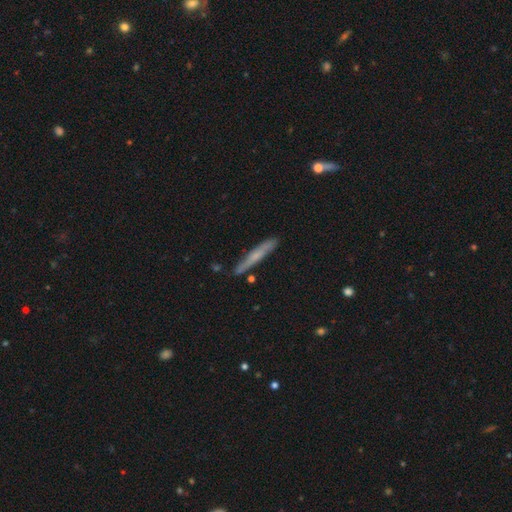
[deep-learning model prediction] Smooth or featured?
  - smooth: 49% *
  - featured or disk: 45%
  - star or artifact: 7%
Merging?
  - none: 83% *
  - minor disturbance: 12%
  - merger: 3%
  - major disturbance: 2%